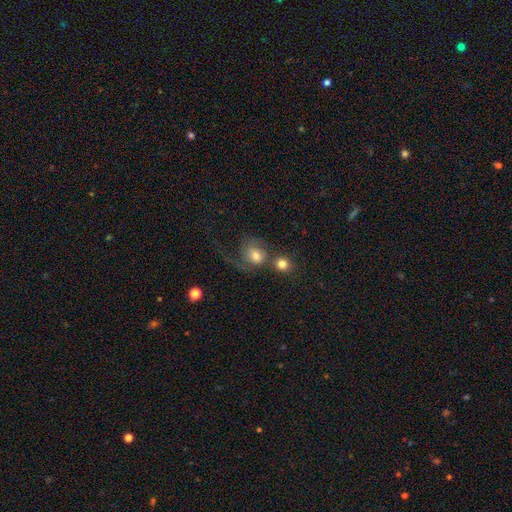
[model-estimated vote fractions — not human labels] Morphology: type=smooth (62%); roundness=round (67%); merging=merger (39%).